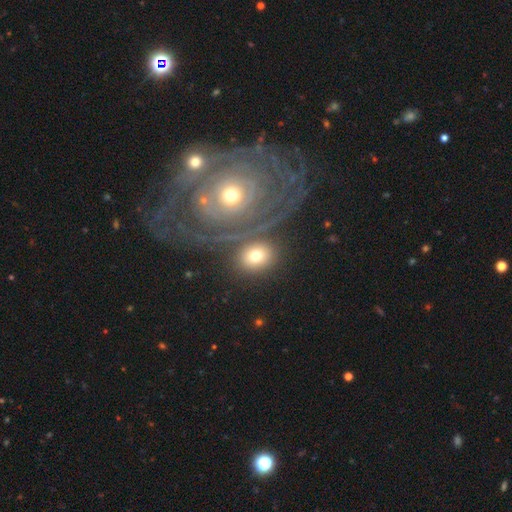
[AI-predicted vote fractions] Smooth or featured: smooth — 63% (featured or disk — 25%)
How rounded: round — 53% (in between — 46%)
Merging: none — 68% (merger — 14%)